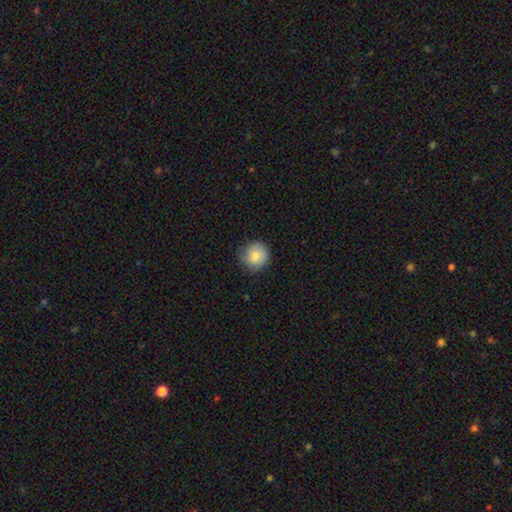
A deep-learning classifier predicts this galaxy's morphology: type=smooth (81%); roundness=round (92%); merging=none (75%).